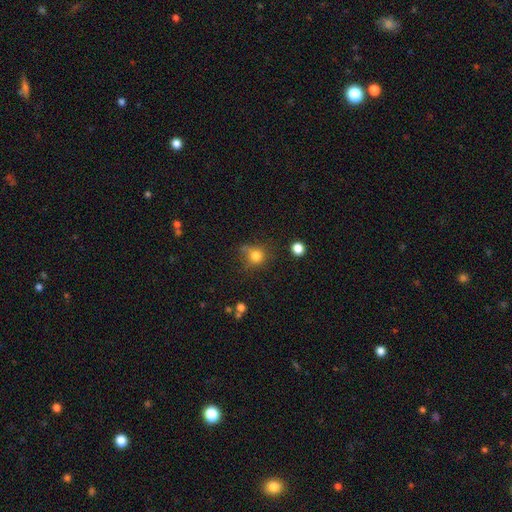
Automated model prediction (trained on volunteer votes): Smooth or featured? Predicted: smooth (p=0.78). How rounded? Predicted: round (p=0.85). Merging? Predicted: none (p=0.64).